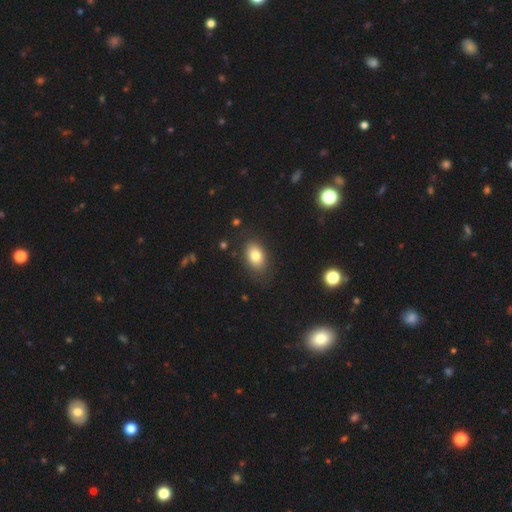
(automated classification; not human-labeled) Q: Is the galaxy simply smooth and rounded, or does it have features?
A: smooth — 80%.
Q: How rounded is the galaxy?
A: in between — 85%.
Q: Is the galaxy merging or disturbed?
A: none — 82%.